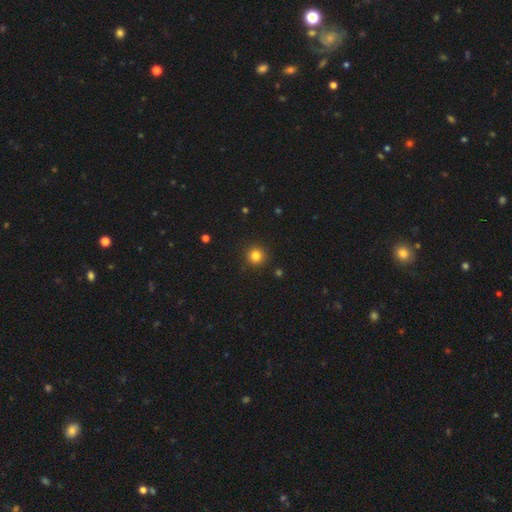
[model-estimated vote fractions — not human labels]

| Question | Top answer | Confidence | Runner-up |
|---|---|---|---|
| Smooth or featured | smooth | 83% | star or artifact (12%) |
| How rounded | round | 95% | in between (4%) |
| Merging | none | 92% | minor disturbance (5%) |